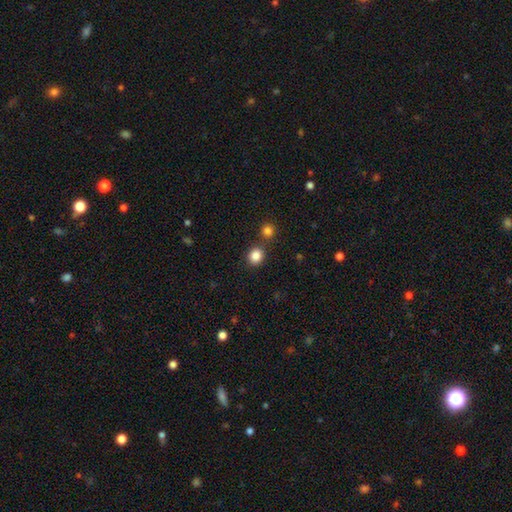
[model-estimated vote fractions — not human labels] A smooth galaxy with no disk features (86%) that is round (77%).

Vote fractions:
- Smooth or featured? smooth: 86% / star or artifact: 10% / featured or disk: 4%
- How rounded? round: 77% / in between: 23% / cigar-shaped: 1%
- Merging? none: 77% / merger: 13% / minor disturbance: 8% / major disturbance: 3%